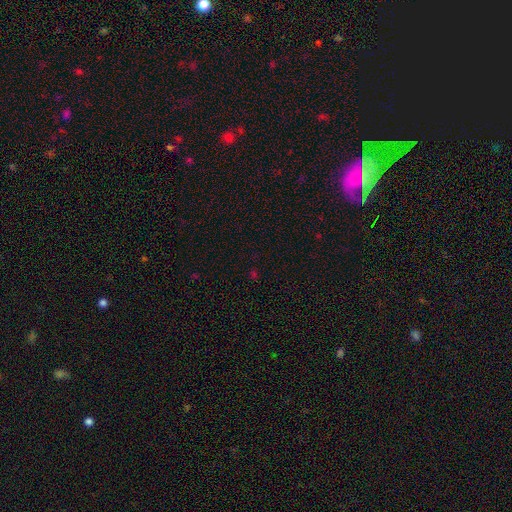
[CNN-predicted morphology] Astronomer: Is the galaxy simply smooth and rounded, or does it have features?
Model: star or artifact — 62%.